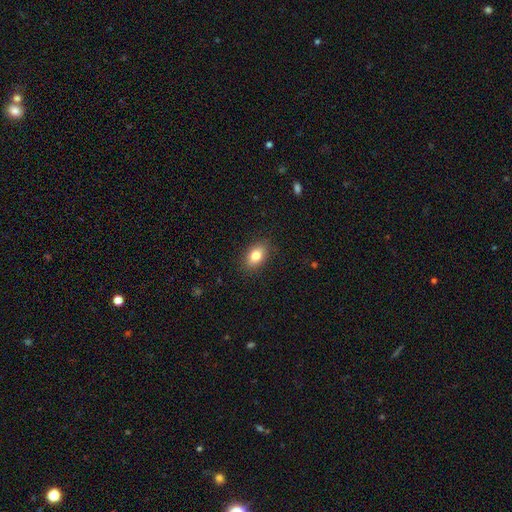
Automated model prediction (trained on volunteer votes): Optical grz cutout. It shows a smooth galaxy with no disk features (81%) that is in between round and cigar-shaped (85%). Merging: none (87%).